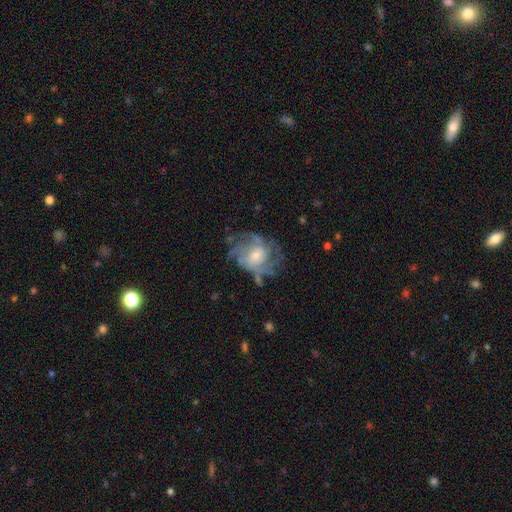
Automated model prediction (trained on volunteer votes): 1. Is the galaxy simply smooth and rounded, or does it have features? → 80% featured or disk, 12% smooth, 8% star or artifact.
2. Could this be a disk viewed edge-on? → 97% no, 3% yes.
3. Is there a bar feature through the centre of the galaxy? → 62% no, 32% weak, 6% strong.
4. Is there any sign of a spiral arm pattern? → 90% yes, 10% no.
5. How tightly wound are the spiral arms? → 42% medium, 40% tight, 18% loose.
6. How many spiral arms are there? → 33% can't tell, 23% 4, 18% 3, 12% 2, 8% more than 4, 6% 1.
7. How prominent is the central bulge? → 53% small, 39% moderate, 4% large, 2% none, 1% dominant.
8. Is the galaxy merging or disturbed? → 61% none, 20% minor disturbance, 17% major disturbance, 2% merger.